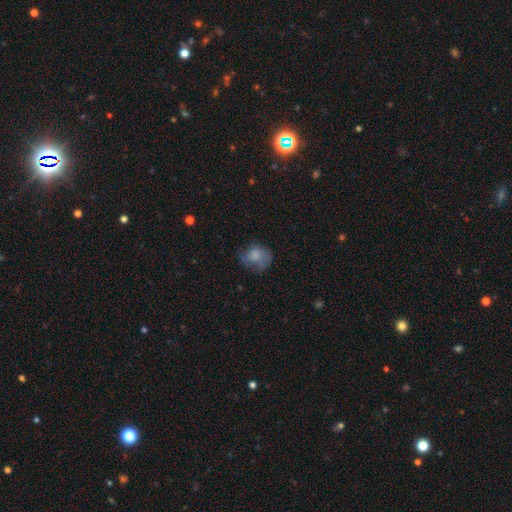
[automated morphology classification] Smooth or featured: smooth — 72% (featured or disk — 19%)
How rounded: round — 63% (in between — 36%)
Merging: none — 50% (minor disturbance — 29%)